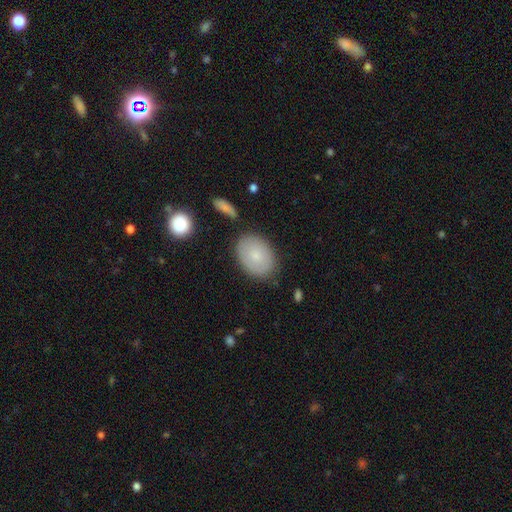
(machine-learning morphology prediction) The model was most divided on "how rounded": in between: 78%, round: 21%, cigar-shaped: 1%. More confident: merging — none (81%); smooth or featured — smooth (77%).